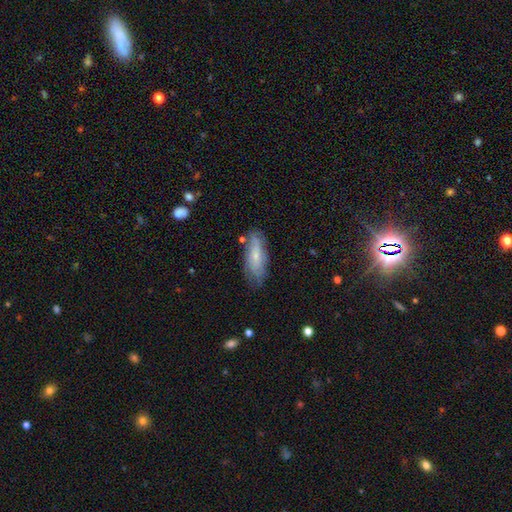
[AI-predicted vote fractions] A smooth galaxy with no disk features (52%) that is in between round and cigar-shaped (63%). Merging: none (69%).